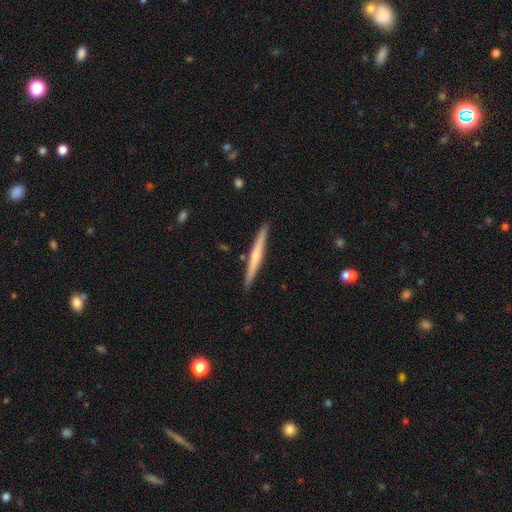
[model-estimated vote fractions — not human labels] A featured or disk galaxy (59%) viewed edge-on (97%) with a rounded central bulge (64%). Merging: none (90%).